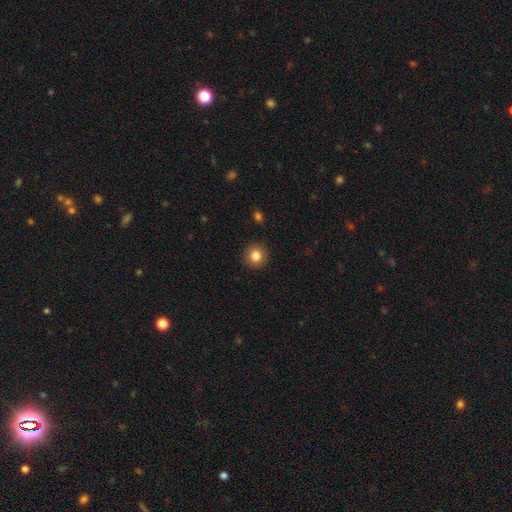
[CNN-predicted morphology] smooth 83%, star or artifact 10%, featured or disk 7%. Down the decision tree: how rounded — round (91%); merging — none (91%).